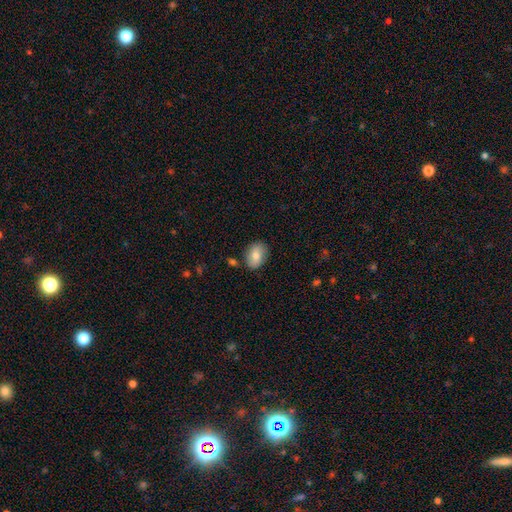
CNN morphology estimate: smooth 79%, featured or disk 13%, star or artifact 7%. Down the decision tree: how rounded — in between (78%); merging — none (82%).